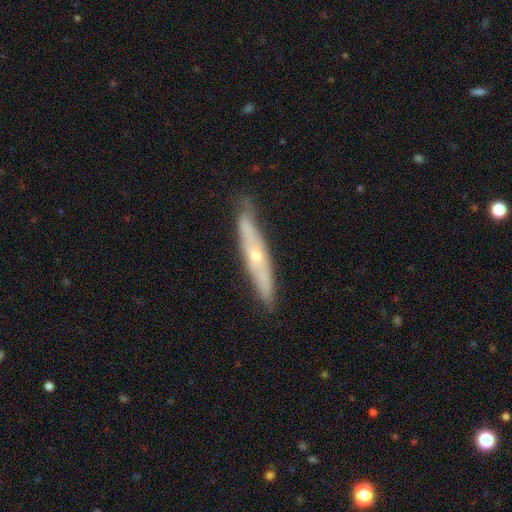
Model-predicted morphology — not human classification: Smooth or featured? featured or disk (66%)
Edge-on disk? yes (73%)
Merging? none (76%)